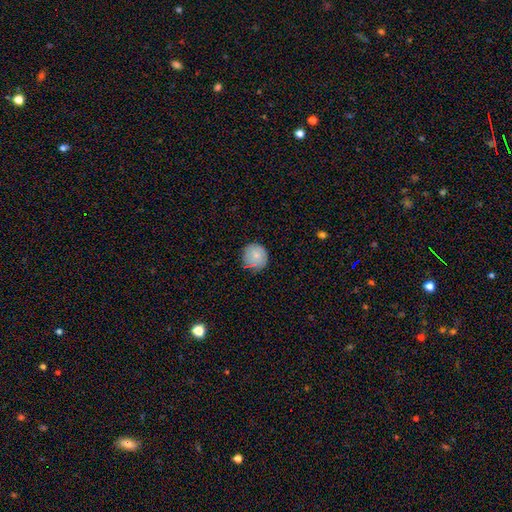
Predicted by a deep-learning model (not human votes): Smooth or featured?
  - smooth: 77% *
  - featured or disk: 15%
  - star or artifact: 8%
How rounded?
  - round: 88% *
  - in between: 11%
  - cigar-shaped: 1%
Merging?
  - none: 76% *
  - minor disturbance: 19%
  - major disturbance: 3%
  - merger: 2%